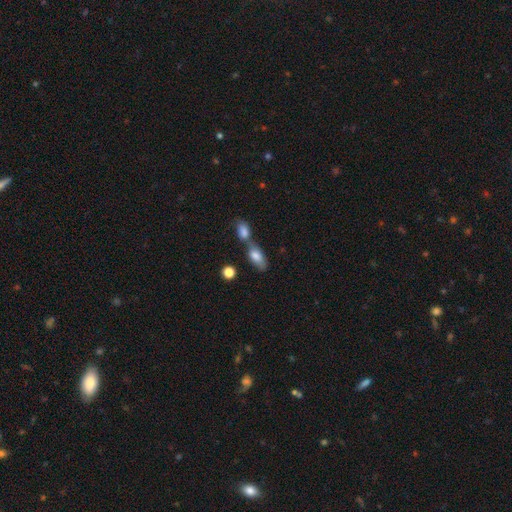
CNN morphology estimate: This is likely a smooth galaxy (78%). How rounded: clearly in between (84%). Merging: possibly merger (49%).